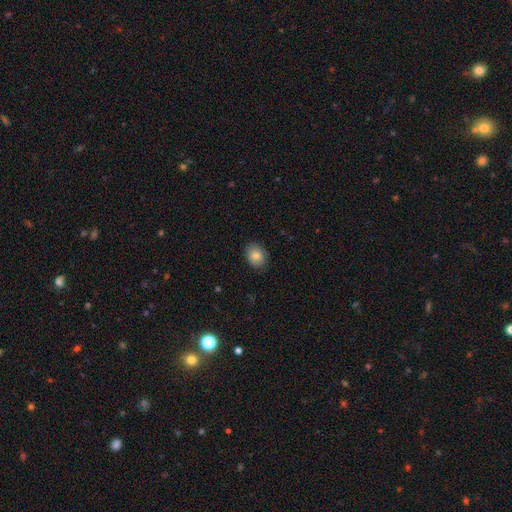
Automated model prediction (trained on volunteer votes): A smooth galaxy with no disk features (81%) that is in between round and cigar-shaped (54%).

Vote fractions:
- Smooth or featured? smooth: 81% / featured or disk: 10% / star or artifact: 9%
- How rounded? in between: 54% / round: 45% / cigar-shaped: 1%
- Merging? none: 87% / minor disturbance: 10% / major disturbance: 2% / merger: 1%